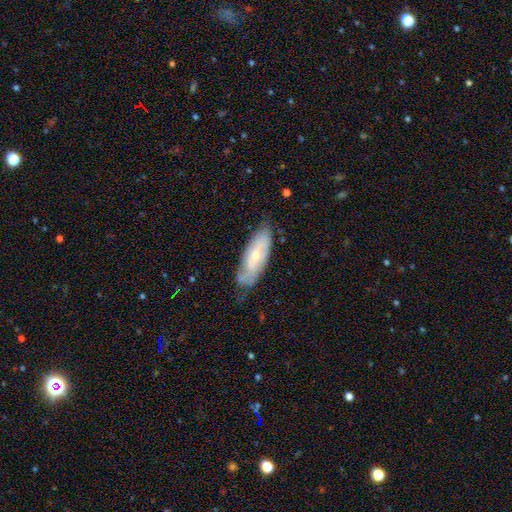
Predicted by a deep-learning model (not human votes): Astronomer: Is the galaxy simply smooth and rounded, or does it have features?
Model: featured or disk — 56% (runner-up: smooth, 38%).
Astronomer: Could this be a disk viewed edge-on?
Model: no — 79%.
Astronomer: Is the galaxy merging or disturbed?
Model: none — 66%.